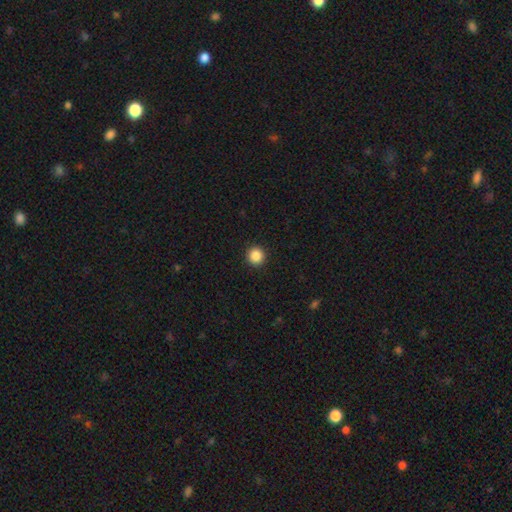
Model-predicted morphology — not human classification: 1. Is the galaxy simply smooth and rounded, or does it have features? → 88% smooth, 10% star or artifact, 3% featured or disk.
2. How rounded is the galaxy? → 95% round, 4% in between, 1% cigar-shaped.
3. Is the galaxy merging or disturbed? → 93% none, 4% minor disturbance, 2% major disturbance, 1% merger.